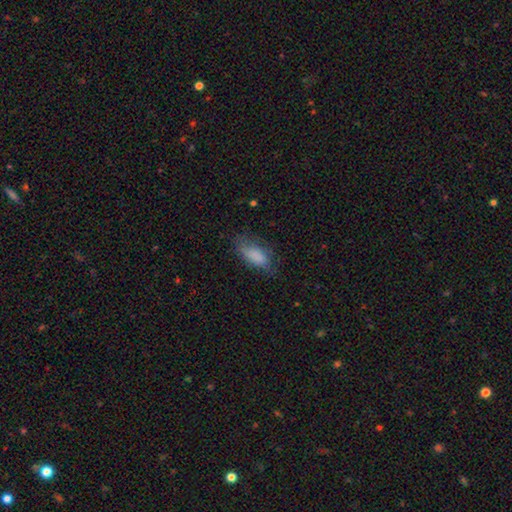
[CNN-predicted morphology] type=smooth (80%); roundness=in between (83%); merging=none (57%).